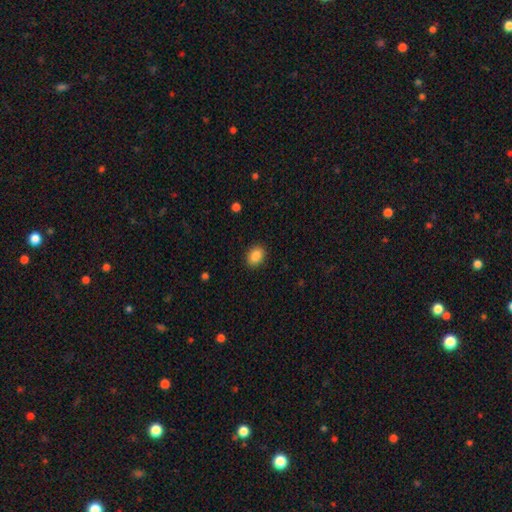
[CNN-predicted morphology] Smooth or featured? smooth (87%)
How rounded? in between (71%)
Merging? none (89%)